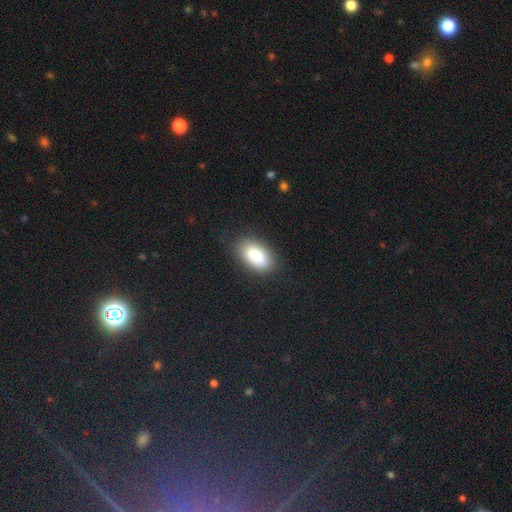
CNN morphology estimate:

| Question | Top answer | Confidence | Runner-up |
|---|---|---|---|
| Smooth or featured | smooth | 88% | star or artifact (7%) |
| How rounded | in between | 94% | round (4%) |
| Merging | none | 84% | minor disturbance (12%) |